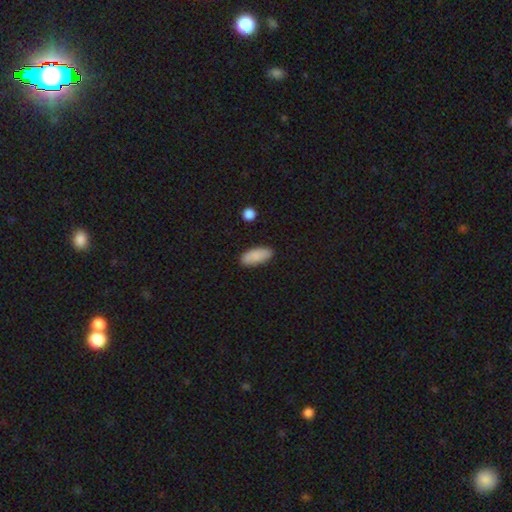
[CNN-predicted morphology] The model was most divided on "how rounded": in between: 85%, cigar-shaped: 13%, round: 2%. More confident: smooth or featured — smooth (88%); merging — none (86%).